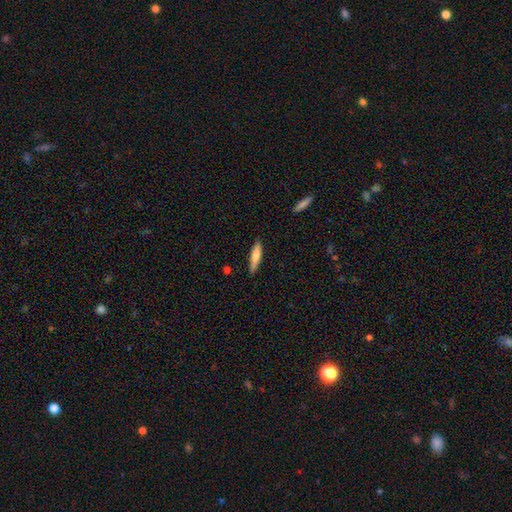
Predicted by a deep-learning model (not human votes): This is likely a smooth galaxy (69%). How rounded: likely cigar-shaped (80%). Merging: clearly none (85%).